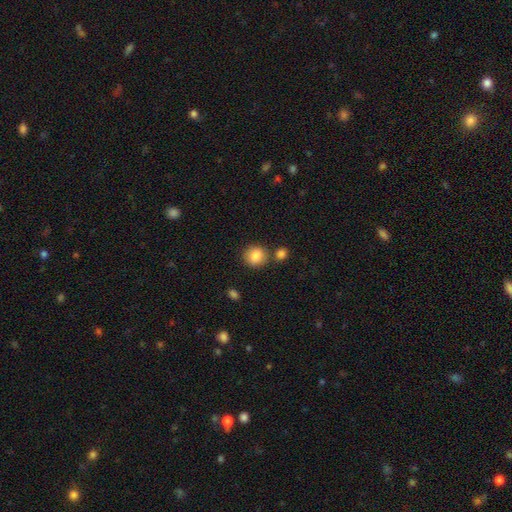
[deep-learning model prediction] Overall: smooth (85%). How rounded: round (81%). Merging: none (73%).